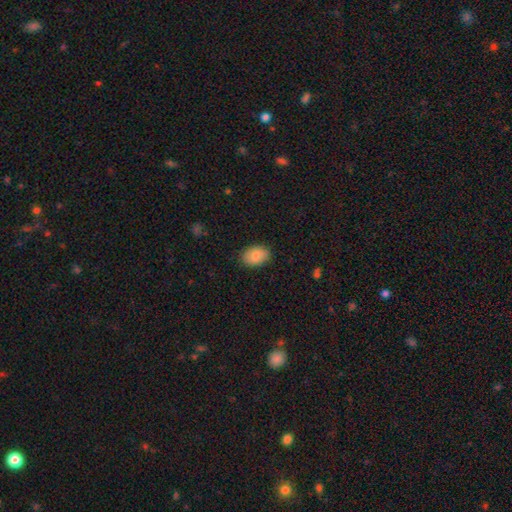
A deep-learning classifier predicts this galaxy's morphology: smooth 86%, featured or disk 7%, star or artifact 7%. Down the decision tree: how rounded — in between (83%); merging — none (85%).